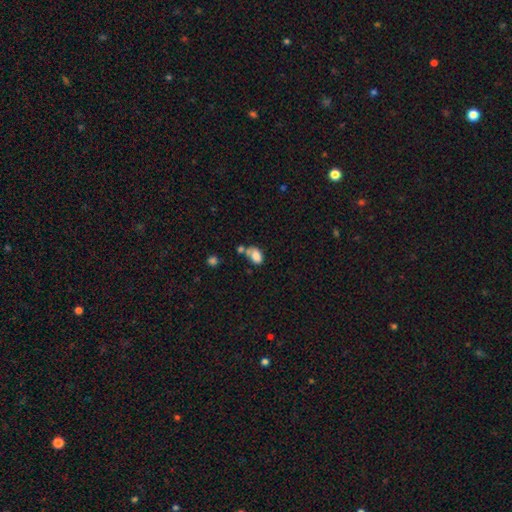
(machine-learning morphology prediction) A smooth galaxy with no disk features (79%) that is in between round and cigar-shaped (87%).

Vote fractions:
- Smooth or featured? smooth: 79% / featured or disk: 12% / star or artifact: 9%
- How rounded? in between: 87% / round: 12% / cigar-shaped: 1%
- Merging? none: 37% / merger: 34% / minor disturbance: 20% / major disturbance: 9%